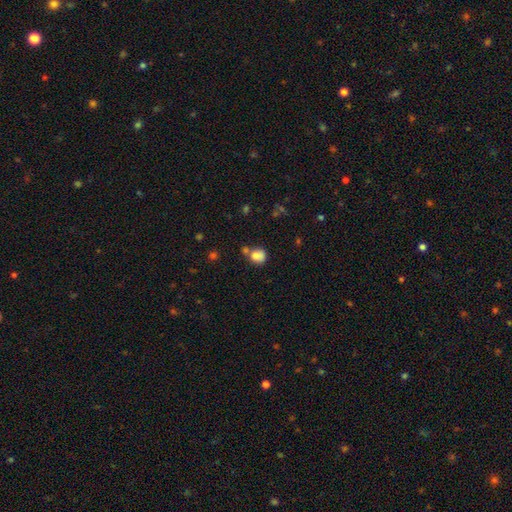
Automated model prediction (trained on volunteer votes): smooth 79%, featured or disk 11%, star or artifact 10%. Down the decision tree: how rounded — round (73%); merging — none (47%).